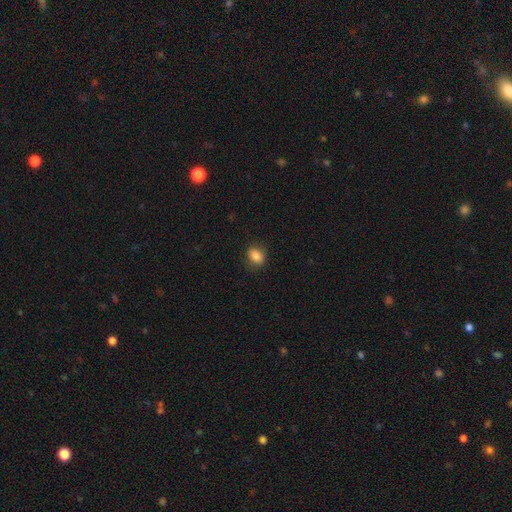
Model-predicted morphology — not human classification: smooth 85%, star or artifact 9%, featured or disk 6%. Down the decision tree: how rounded — in between (68%); merging — none (84%).